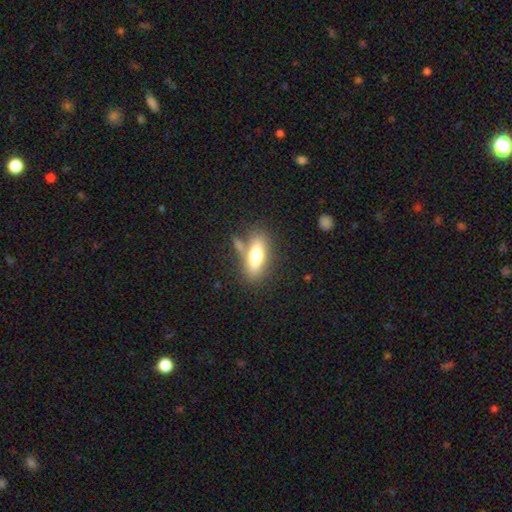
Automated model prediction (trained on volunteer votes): A smooth galaxy with no disk features (67%) that is in between round and cigar-shaped (69%).

Vote fractions:
- Smooth or featured? smooth: 67% / featured or disk: 25% / star or artifact: 8%
- How rounded? in between: 69% / cigar-shaped: 27% / round: 4%
- Merging? none: 66% / minor disturbance: 15% / merger: 14% / major disturbance: 6%